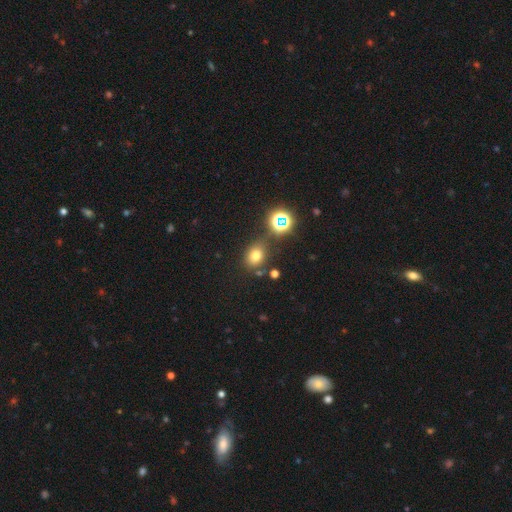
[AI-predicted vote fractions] Q: Smooth or featured?
A: smooth (69%); runner-up: star or artifact (21%)
Q: How rounded?
A: in between (51%); runner-up: round (48%)
Q: Merging?
A: none (73%); runner-up: minor disturbance (14%)